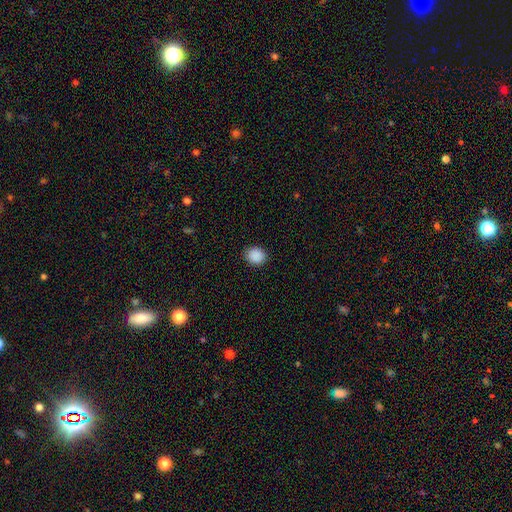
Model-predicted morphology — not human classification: This is clearly a smooth galaxy (89%). How rounded: likely round (63%). Merging: clearly none (90%).